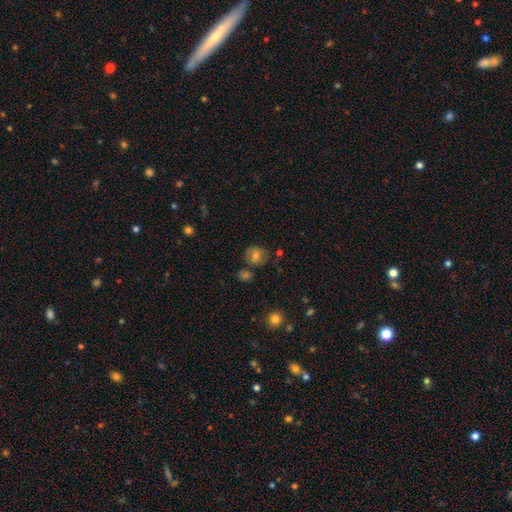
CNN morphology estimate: A smooth galaxy with no disk features (64%) that is round (69%).

Vote fractions:
- Smooth or featured? smooth: 64% / featured or disk: 24% / star or artifact: 12%
- How rounded? round: 69% / in between: 30% / cigar-shaped: 1%
- Merging? none: 70% / minor disturbance: 16% / merger: 9% / major disturbance: 6%